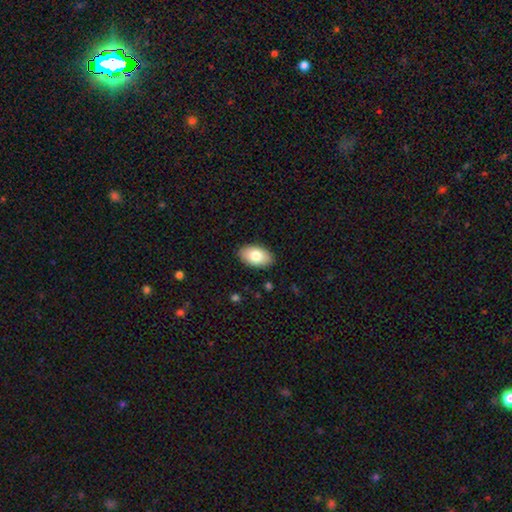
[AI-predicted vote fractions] A smooth galaxy with no disk features (80%) that is in between round and cigar-shaped (94%). Merging: none (88%).